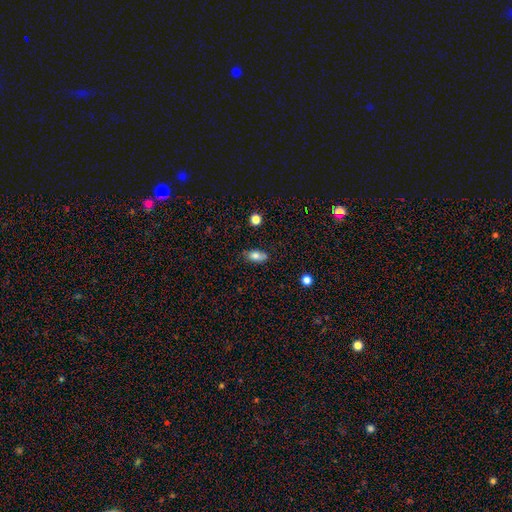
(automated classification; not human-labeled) A smooth galaxy with no disk features (78%) that is in between round and cigar-shaped (87%). Merging: none (73%).